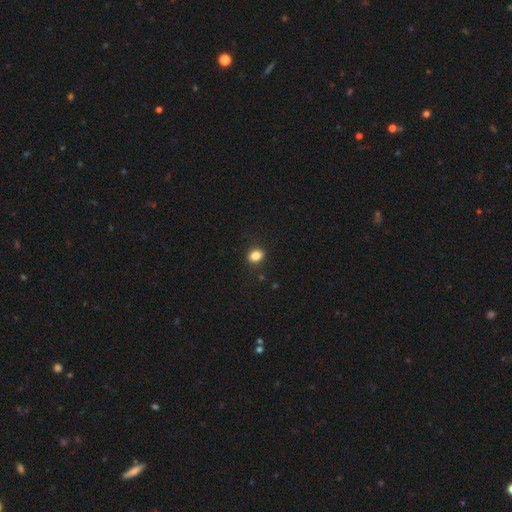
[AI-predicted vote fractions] A smooth galaxy with no disk features (84%) that is in between round and cigar-shaped (55%). Merging: none (88%).